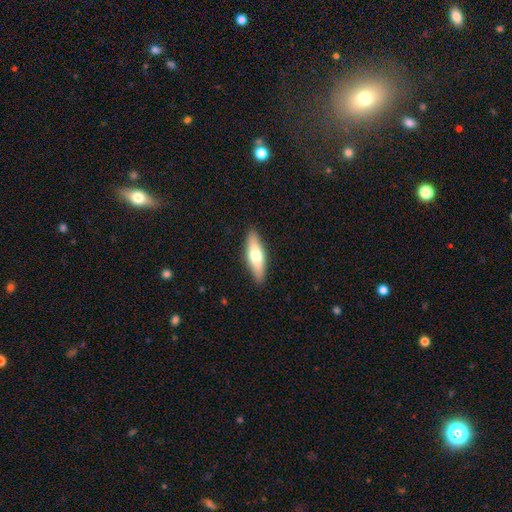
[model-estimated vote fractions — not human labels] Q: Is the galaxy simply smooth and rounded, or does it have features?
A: smooth — 59%.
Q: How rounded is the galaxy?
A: cigar-shaped — 57%.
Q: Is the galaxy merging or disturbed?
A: none — 89%.